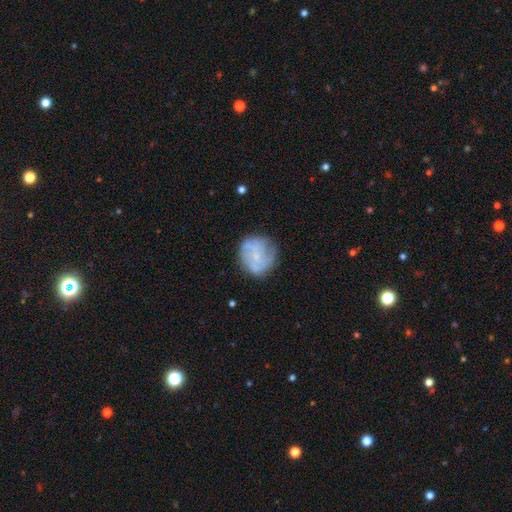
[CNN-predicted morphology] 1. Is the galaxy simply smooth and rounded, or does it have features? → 51% featured or disk, 41% smooth, 8% star or artifact.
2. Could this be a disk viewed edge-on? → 98% no, 2% yes.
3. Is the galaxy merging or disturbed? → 72% none, 19% minor disturbance, 7% major disturbance, 2% merger.